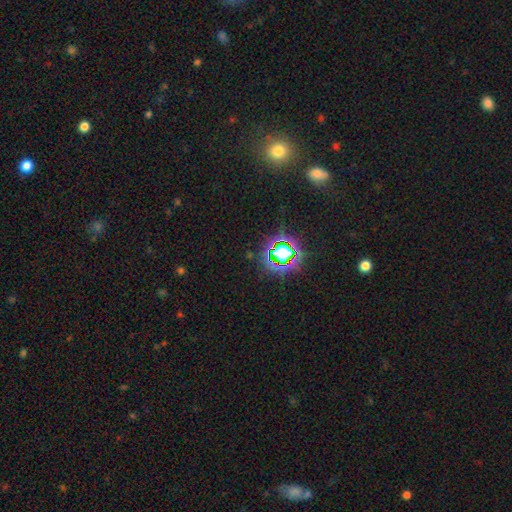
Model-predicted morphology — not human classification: Smooth or featured? Predicted: star or artifact (p=0.77).